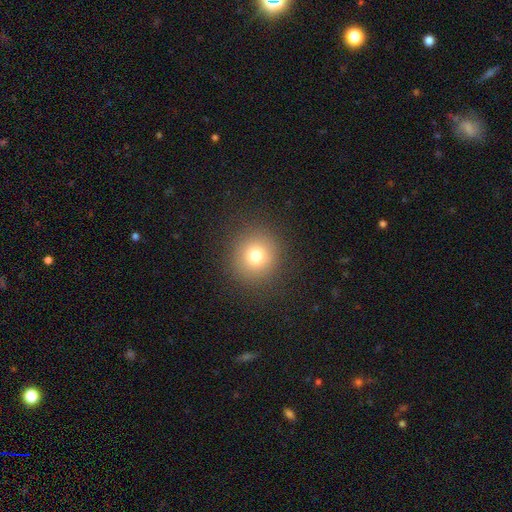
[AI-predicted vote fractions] Smooth or featured?
  - smooth: 76% *
  - star or artifact: 15%
  - featured or disk: 9%
How rounded?
  - round: 91% *
  - in between: 8%
  - cigar-shaped: 1%
Merging?
  - none: 89% *
  - minor disturbance: 6%
  - major disturbance: 3%
  - merger: 1%